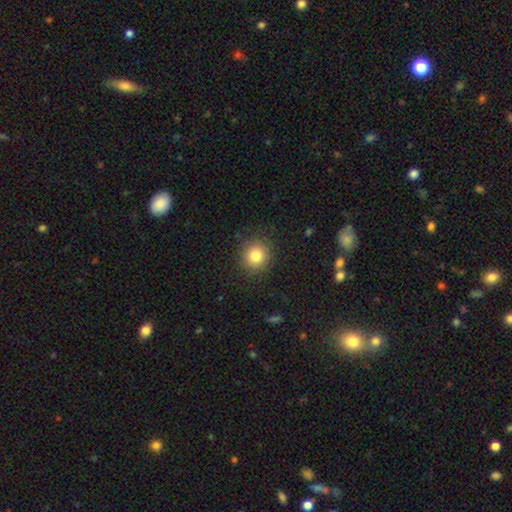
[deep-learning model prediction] A smooth galaxy with no disk features (83%) that is round (86%).

Vote fractions:
- Smooth or featured? smooth: 83% / star or artifact: 11% / featured or disk: 7%
- How rounded? round: 86% / in between: 14% / cigar-shaped: 1%
- Merging? none: 88% / minor disturbance: 8% / major disturbance: 3% / merger: 1%